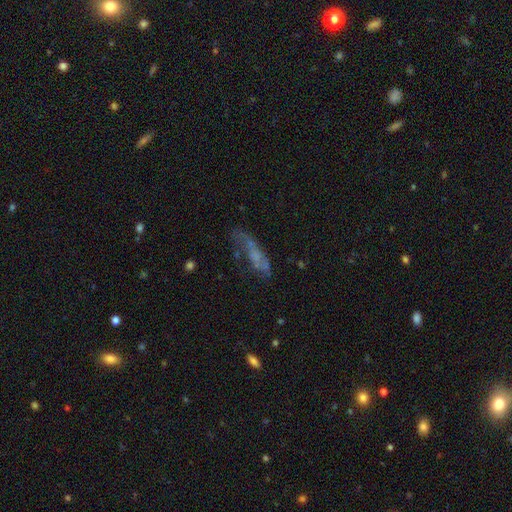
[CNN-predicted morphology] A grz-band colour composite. It shows a featured or disk galaxy (48%). Merging: none (41%).